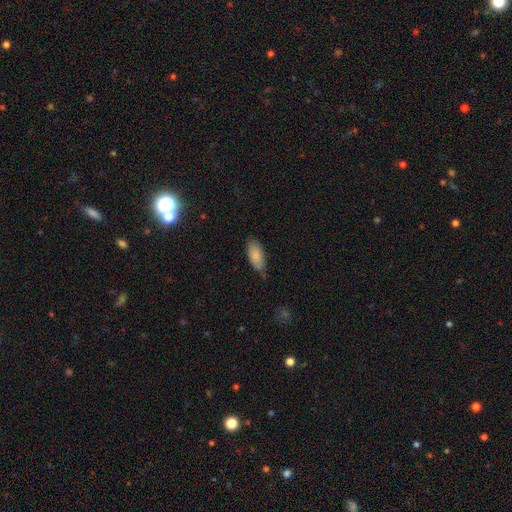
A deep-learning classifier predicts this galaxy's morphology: smooth 85%, featured or disk 9%, star or artifact 6%. Down the decision tree: how rounded — in between (89%); merging — none (71%).